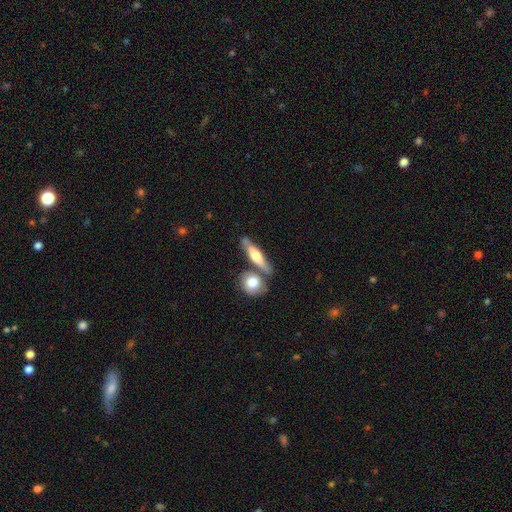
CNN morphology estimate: Smooth or featured?
  - smooth: 49% *
  - featured or disk: 45%
  - star or artifact: 6%
Merging?
  - none: 59% *
  - merger: 22%
  - minor disturbance: 14%
  - major disturbance: 4%